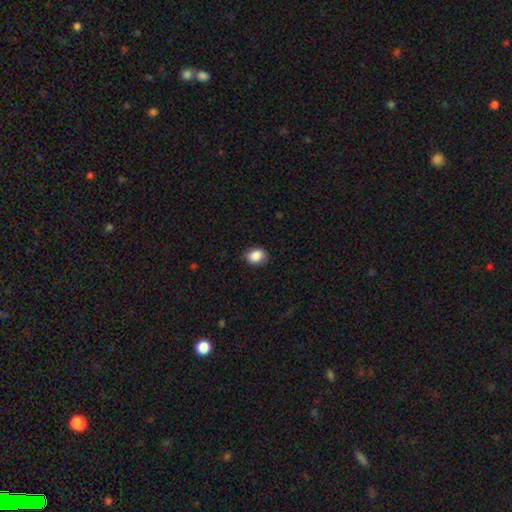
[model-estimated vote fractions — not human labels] smooth 88%, star or artifact 8%, featured or disk 4%. Down the decision tree: how rounded — in between (62%); merging — none (84%).